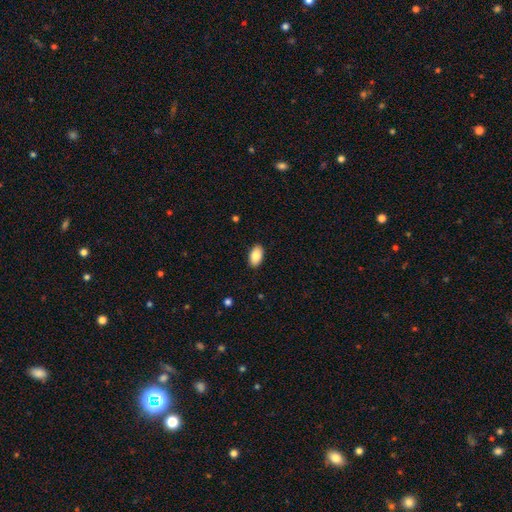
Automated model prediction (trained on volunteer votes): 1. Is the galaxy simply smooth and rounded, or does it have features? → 85% smooth, 8% featured or disk, 7% star or artifact.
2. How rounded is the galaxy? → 94% in between, 5% round, 2% cigar-shaped.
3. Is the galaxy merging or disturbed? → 90% none, 8% minor disturbance, 2% major disturbance, 1% merger.